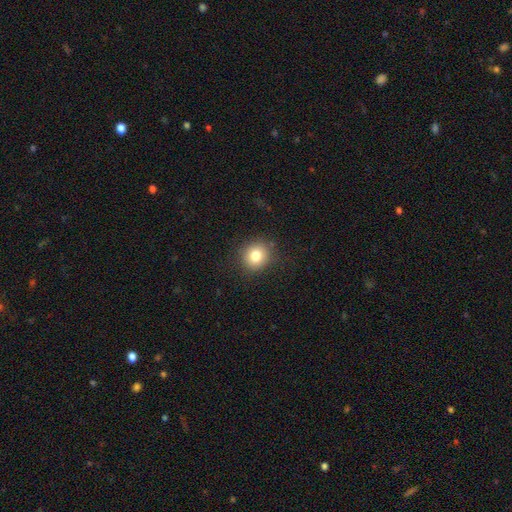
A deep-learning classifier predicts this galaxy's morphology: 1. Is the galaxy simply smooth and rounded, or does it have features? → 80% smooth, 11% star or artifact, 9% featured or disk.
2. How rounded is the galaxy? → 84% round, 15% in between, 1% cigar-shaped.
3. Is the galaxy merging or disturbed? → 87% none, 9% minor disturbance, 3% major disturbance, 1% merger.